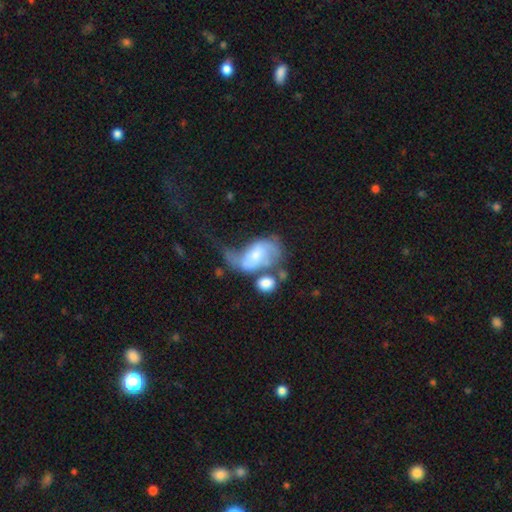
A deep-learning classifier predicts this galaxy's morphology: A featured or disk galaxy (53%) with no bar (54%), spiral arms (64%) and a small central bulge (35%).

Vote fractions:
- Smooth or featured? featured or disk: 53% / smooth: 39% / star or artifact: 8%
- Edge-on disk? no: 96% / yes: 4%
- Bar? no: 54% / weak: 33% / strong: 14%
- Spiral arms? yes: 64% / no: 36%
- Bulge size? small: 35% / moderate: 31% / none: 18% / large: 12% / dominant: 4%
- Merging? major disturbance: 40% / merger: 29% / none: 15% / minor disturbance: 15%